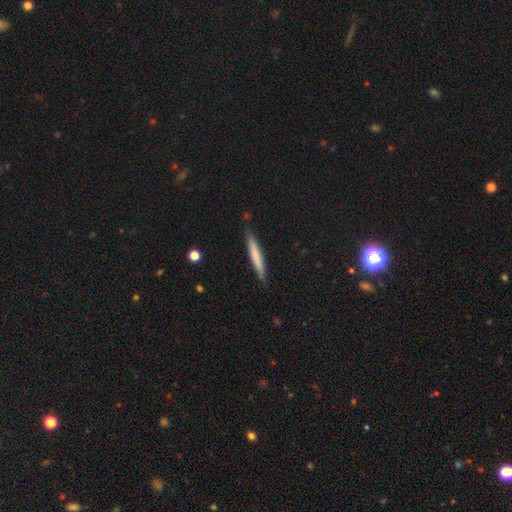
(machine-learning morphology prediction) This is likely a smooth galaxy (71%). How rounded: clearly cigar-shaped (95%). Merging: clearly none (87%).